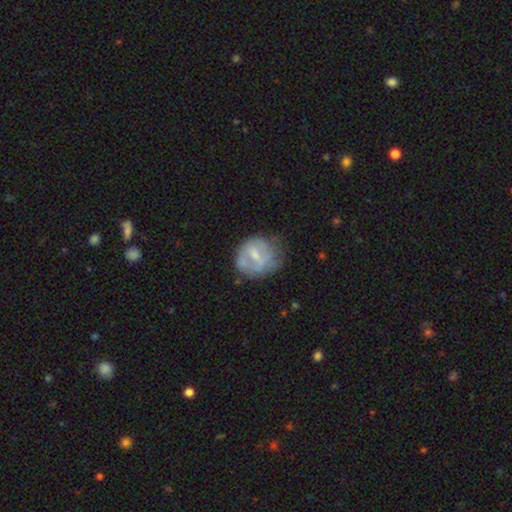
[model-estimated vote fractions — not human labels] Morphology: type=featured or disk (47%); merging=none (49%).